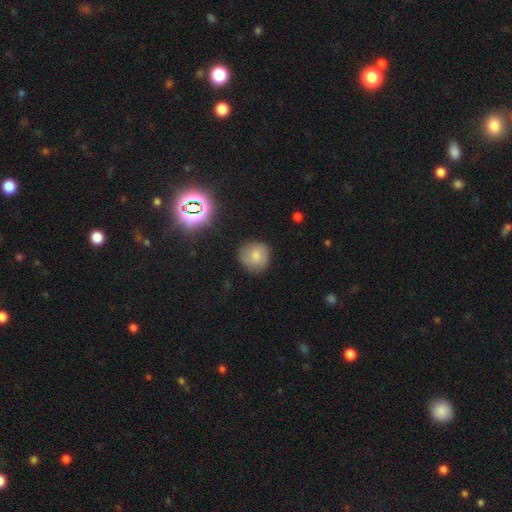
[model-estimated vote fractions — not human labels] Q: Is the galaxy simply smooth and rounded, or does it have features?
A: smooth — 66%.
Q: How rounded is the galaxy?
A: round — 90%.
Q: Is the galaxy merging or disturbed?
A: none — 82%.